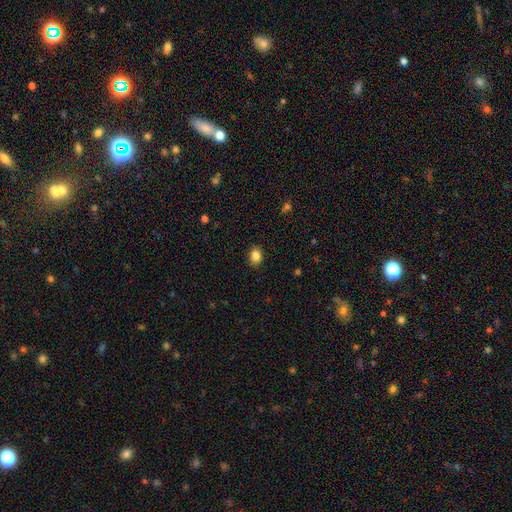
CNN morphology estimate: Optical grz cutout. It shows a smooth galaxy with no disk features (85%) that is in between round and cigar-shaped (65%). Merging: none (89%).